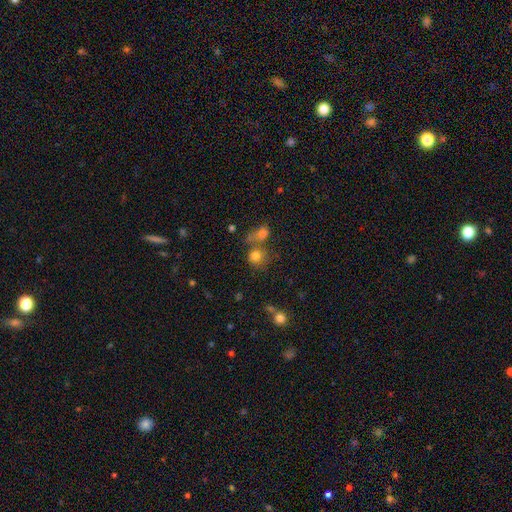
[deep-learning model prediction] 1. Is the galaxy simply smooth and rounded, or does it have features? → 78% smooth, 13% star or artifact, 9% featured or disk.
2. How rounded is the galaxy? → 84% round, 15% in between, 1% cigar-shaped.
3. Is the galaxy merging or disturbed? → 55% none, 28% merger, 11% minor disturbance, 6% major disturbance.